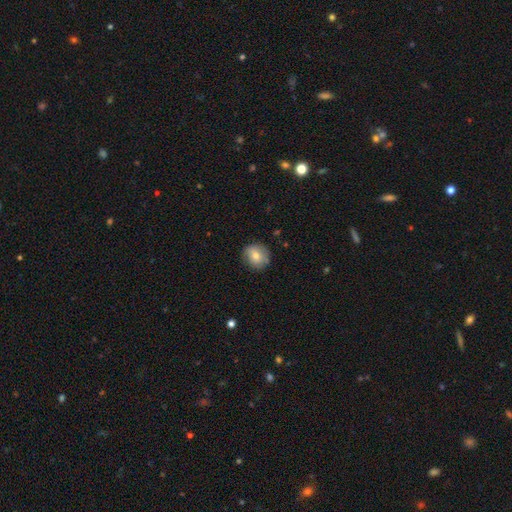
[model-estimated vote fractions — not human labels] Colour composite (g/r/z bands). It shows a smooth galaxy with no disk features (72%) that is round (82%). Merging: none (81%).